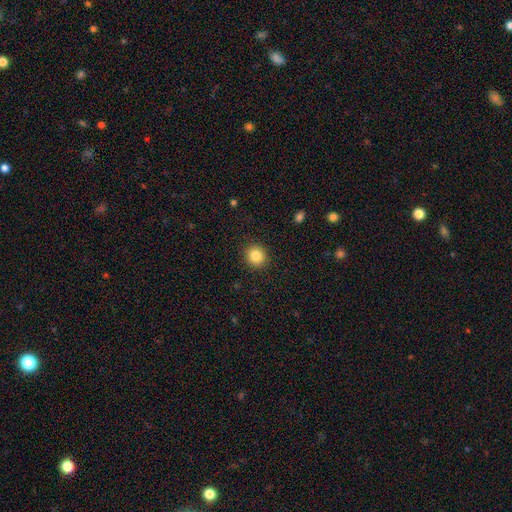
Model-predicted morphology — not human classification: Smooth or featured? Predicted: smooth (p=0.84). How rounded? Predicted: round (p=0.87). Merging? Predicted: none (p=0.91).